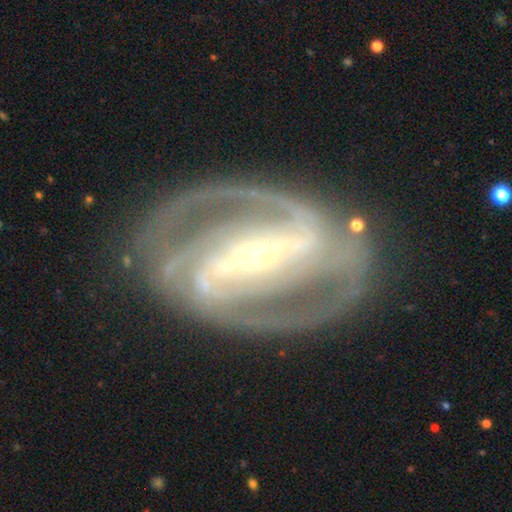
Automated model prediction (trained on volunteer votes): Smooth or featured? featured or disk (92%)
Edge-on disk? no (96%)
Bar? strong (76%)
Spiral arms? yes (97%)
Spiral winding? tight (46%)
Spiral arm count? 2 (63%)
Bulge size? small (77%)
Merging? none (76%)